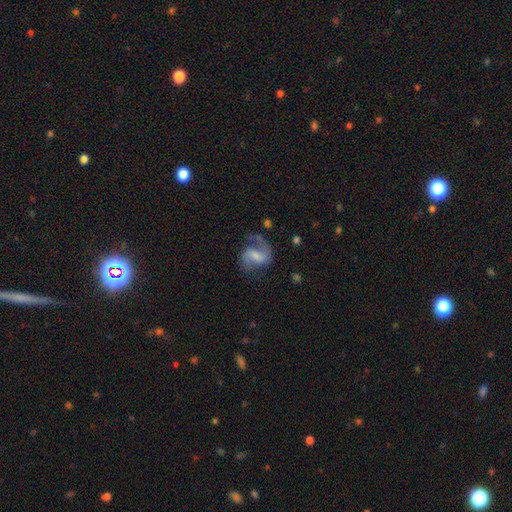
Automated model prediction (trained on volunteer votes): smooth-or-featured: featured or disk: 79% | smooth: 15% | star or artifact: 6%
  disk-edge-on: no: 98% | yes: 2%
    bar: weak: 51% | no: 25% | strong: 24%
    has-spiral-arms: yes: 95% | no: 5%
      spiral-winding: medium: 48% | loose: 41% | tight: 12%
      spiral-arm-count: 2: 81% | 1: 13% | can't tell: 3% | 3: 1% | 4: 1% | more than 4: 1%
    bulge-size: moderate: 32% | small: 31% | none: 25% | large: 10% | dominant: 2%
  merging: none: 59% | minor disturbance: 20% | major disturbance: 18% | merger: 3%